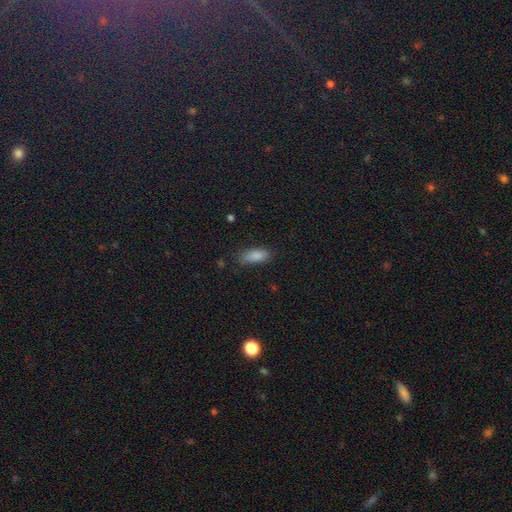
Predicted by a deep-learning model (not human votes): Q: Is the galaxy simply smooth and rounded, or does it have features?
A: smooth — 86%.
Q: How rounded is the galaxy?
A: in between — 81%.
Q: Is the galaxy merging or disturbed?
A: none — 74%.